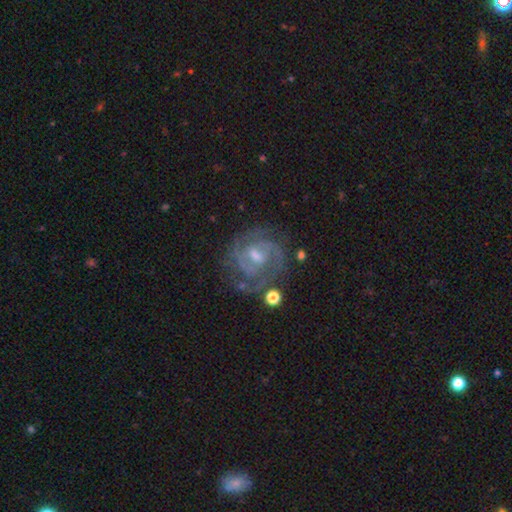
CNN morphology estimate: A featured or disk galaxy (87%) with a weak bar (57%), 2 (50%) tight (58%) spiral arms (96%) and a moderate central bulge (49%).

Vote fractions:
- Smooth or featured? featured or disk: 87% / smooth: 7% / star or artifact: 6%
- Edge-on disk? no: 98% / yes: 2%
- Bar? weak: 57% / no: 26% / strong: 17%
- Spiral arms? yes: 96% / no: 4%
- Spiral winding? tight: 58% / medium: 36% / loose: 6%
- Spiral arm count? 2: 50% / 3: 21% / can't tell: 18% / 4: 5% / 1: 4% / more than 4: 3%
- Bulge size? moderate: 49% / small: 44% / none: 4% / large: 3% / dominant: 1%
- Merging? none: 70% / minor disturbance: 18% / major disturbance: 9% / merger: 3%